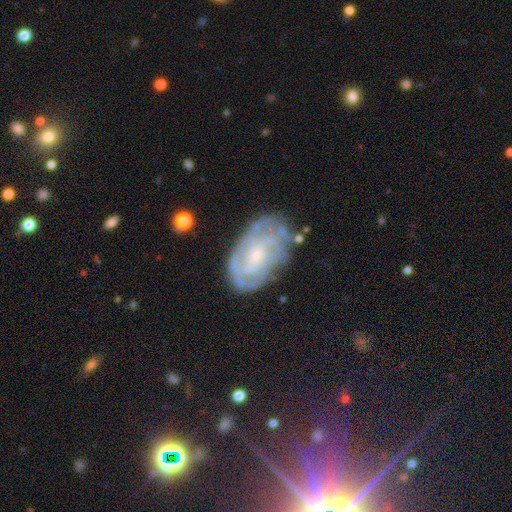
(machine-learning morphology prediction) Smooth or featured? featured or disk (72%)
Edge-on disk? no (96%)
Bar? no (68%)
Spiral arms? yes (79%)
Spiral winding? tight (64%)
Spiral arm count? can't tell (58%)
Bulge size? small (62%)
Merging? none (69%)